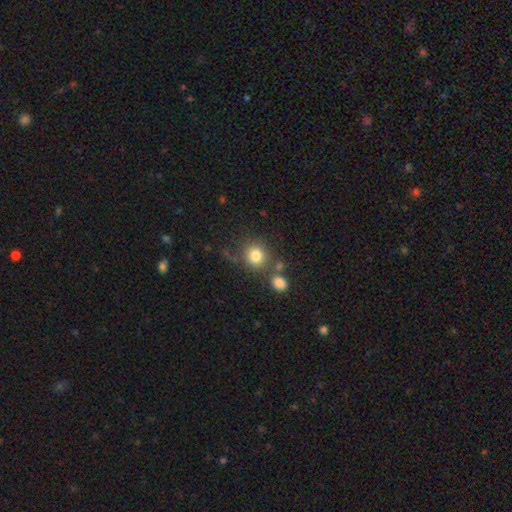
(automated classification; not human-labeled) Q: Smooth or featured?
A: smooth (80%); runner-up: star or artifact (12%)
Q: How rounded?
A: round (88%); runner-up: in between (11%)
Q: Merging?
A: none (69%); runner-up: merger (14%)